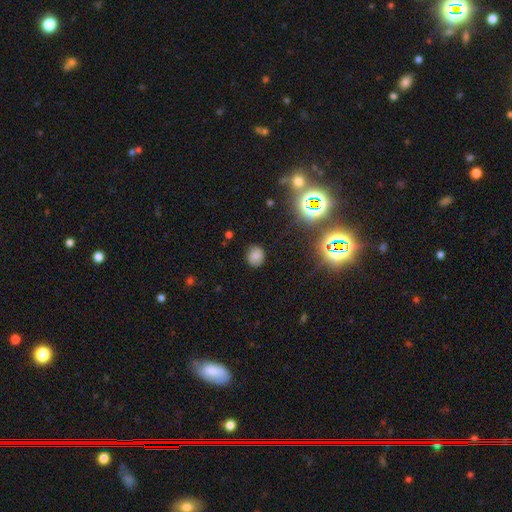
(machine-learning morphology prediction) Smooth or featured?
  - smooth: 74% *
  - star or artifact: 18%
  - featured or disk: 8%
How rounded?
  - round: 77% *
  - in between: 22%
  - cigar-shaped: 1%
Merging?
  - none: 85% *
  - minor disturbance: 11%
  - major disturbance: 3%
  - merger: 1%